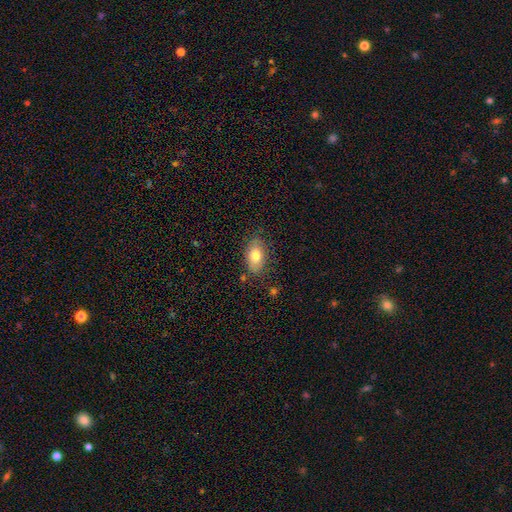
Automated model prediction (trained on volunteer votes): Morphology: type=smooth (76%); roundness=in between (91%); merging=none (79%).